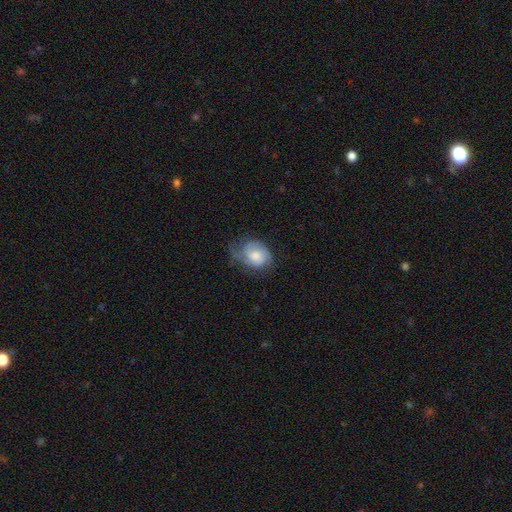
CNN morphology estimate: This appears to be a featured or disk galaxy (52%) with no bar (73%), spiral arms (85%) and a moderate central bulge (51%). Merging: none (44%).